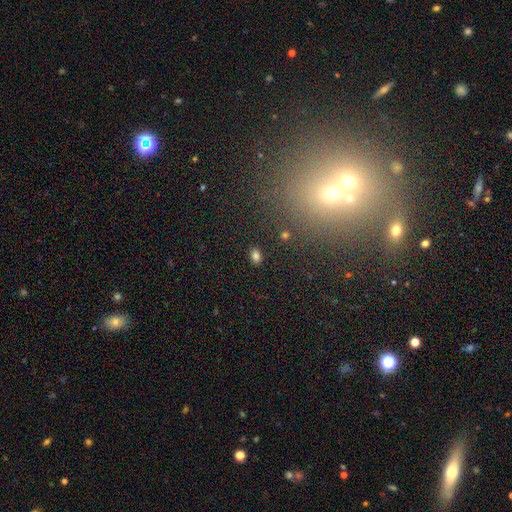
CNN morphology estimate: Smooth or featured: smooth — 80% (star or artifact — 14%)
How rounded: in between — 78% (round — 21%)
Merging: none — 86% (minor disturbance — 9%)